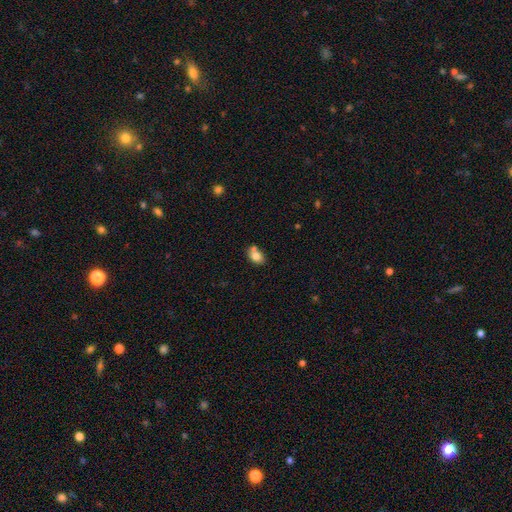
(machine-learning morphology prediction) This appears to be a smooth galaxy with no disk features (79%) that is in between round and cigar-shaped (73%). Merging: none (50%).